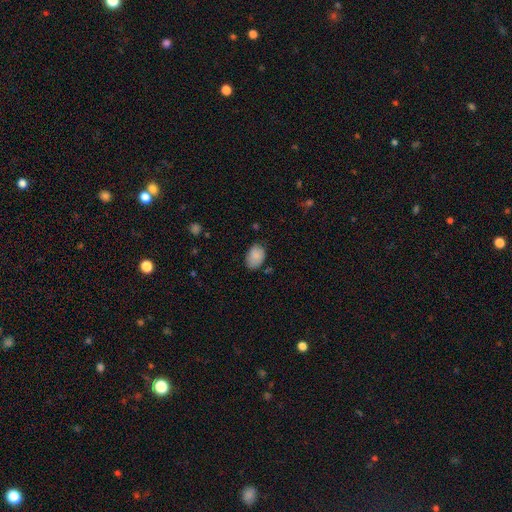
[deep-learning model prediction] Smooth or featured? smooth (87%)
How rounded? in between (83%)
Merging? none (72%)